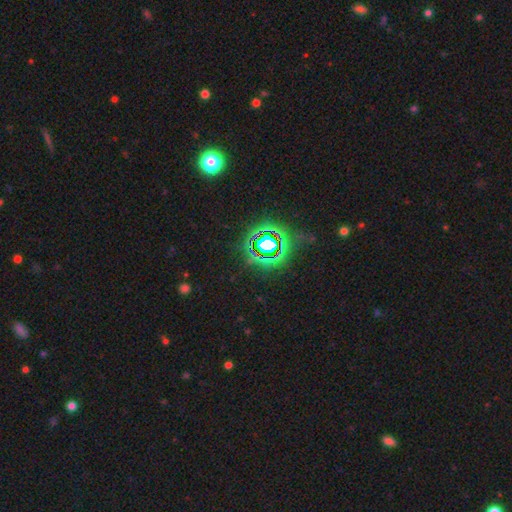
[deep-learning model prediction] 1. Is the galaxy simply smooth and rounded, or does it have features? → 79% star or artifact, 12% smooth, 10% featured or disk.